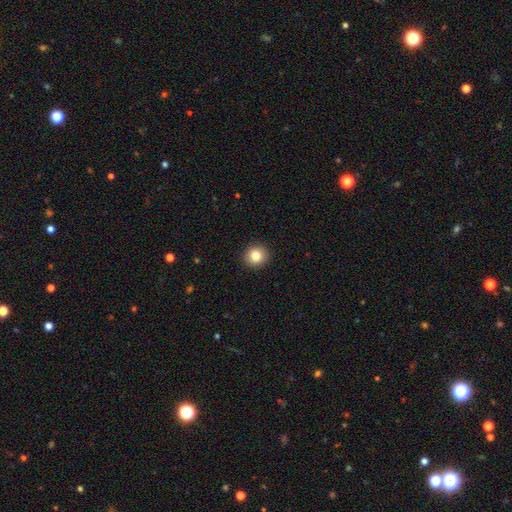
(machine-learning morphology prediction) Smooth or featured?
  - smooth: 82% *
  - star or artifact: 10%
  - featured or disk: 7%
How rounded?
  - round: 89% *
  - in between: 10%
  - cigar-shaped: 1%
Merging?
  - none: 92% *
  - minor disturbance: 5%
  - major disturbance: 2%
  - merger: 1%